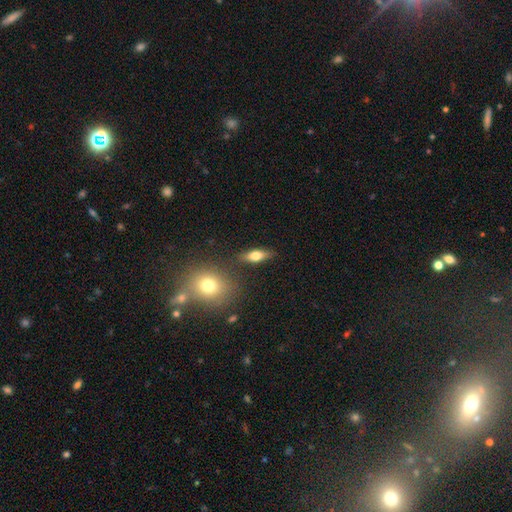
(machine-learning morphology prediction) Smooth or featured? smooth (64%)
How rounded? in between (66%)
Merging? none (82%)